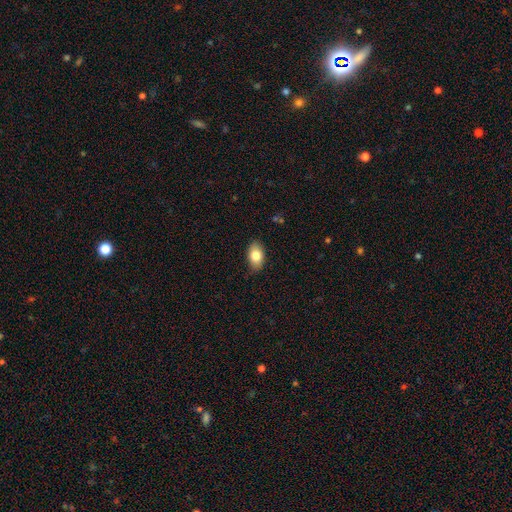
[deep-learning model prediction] A smooth galaxy with no disk features (81%) that is in between round and cigar-shaped (90%). Merging: none (85%).